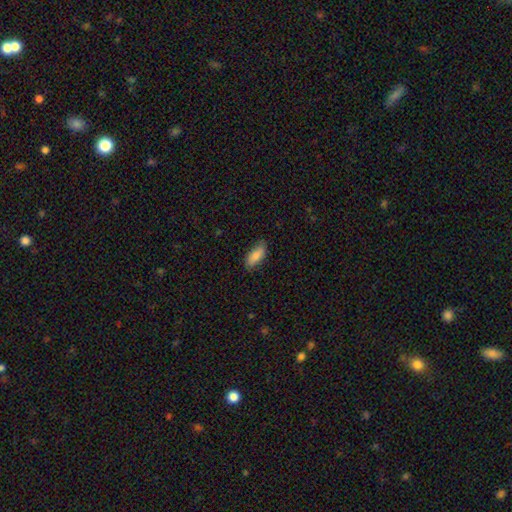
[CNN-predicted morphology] Q: Smooth or featured?
A: smooth (84%); runner-up: featured or disk (10%)
Q: How rounded?
A: in between (83%); runner-up: cigar-shaped (15%)
Q: Merging?
A: none (79%); runner-up: minor disturbance (17%)